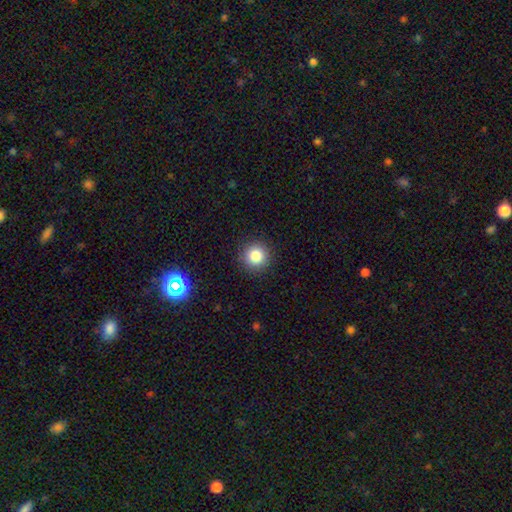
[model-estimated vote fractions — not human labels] Smooth or featured? Predicted: smooth (p=0.82). How rounded? Predicted: round (p=0.95). Merging? Predicted: none (p=0.91).